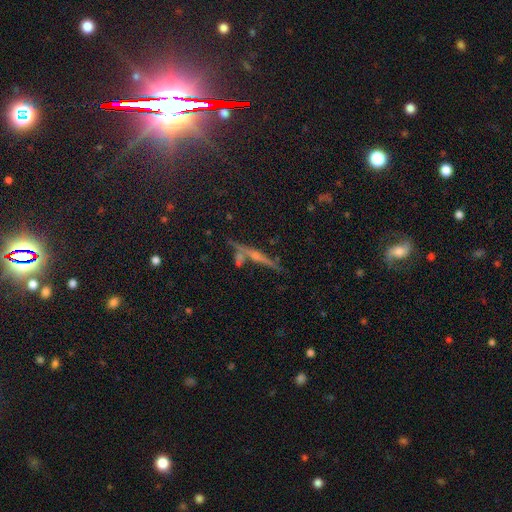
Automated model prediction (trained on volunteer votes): A featured or disk galaxy (60%) viewed edge-on (91%) with a rounded central bulge (62%). Merging: none (66%).